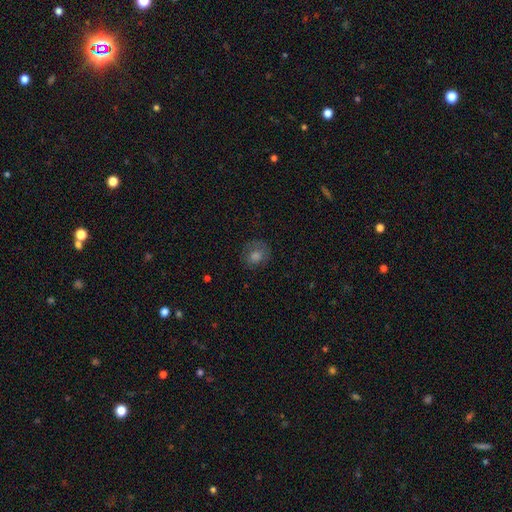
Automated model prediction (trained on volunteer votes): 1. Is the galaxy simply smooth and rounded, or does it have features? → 62% smooth, 20% featured or disk, 18% star or artifact.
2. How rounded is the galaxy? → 73% round, 26% in between, 1% cigar-shaped.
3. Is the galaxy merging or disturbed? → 73% none, 17% minor disturbance, 8% major disturbance, 1% merger.